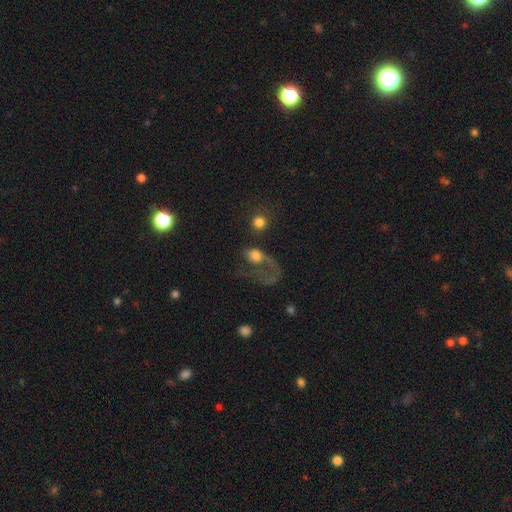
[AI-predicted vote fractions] Smooth or featured?
  - smooth: 50% *
  - featured or disk: 39%
  - star or artifact: 11%
How rounded?
  - in between: 50% *
  - round: 47%
  - cigar-shaped: 2%
Merging?
  - major disturbance: 58% *
  - none: 21%
  - merger: 11%
  - minor disturbance: 10%